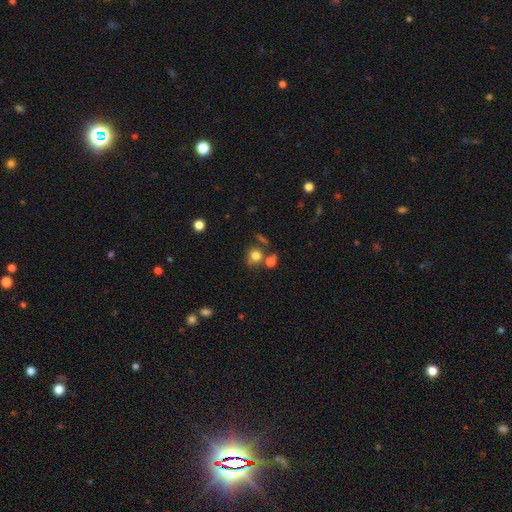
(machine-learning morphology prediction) type=smooth (78%); roundness=round (81%); merging=none (58%).